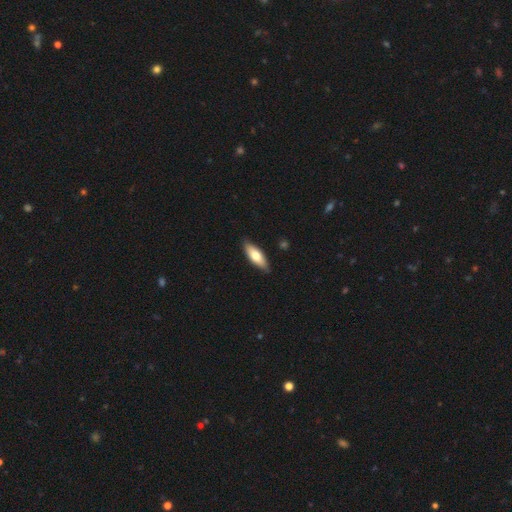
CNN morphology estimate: This is likely a smooth galaxy (69%). How rounded: likely in between (67%). Merging: clearly none (86%).